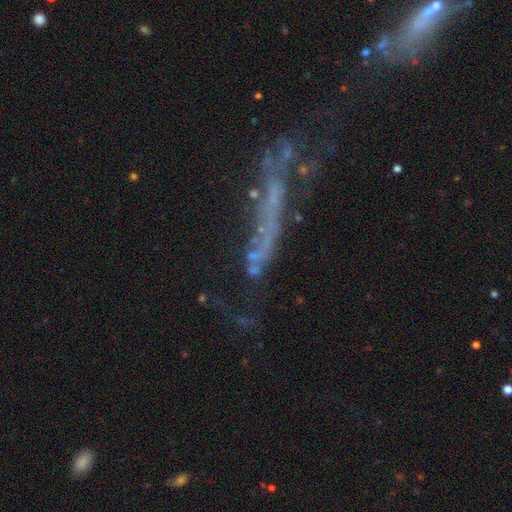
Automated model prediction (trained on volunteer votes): Overall: featured or disk (37%; smooth 32%). Merging: none (35%; major disturbance 26%).